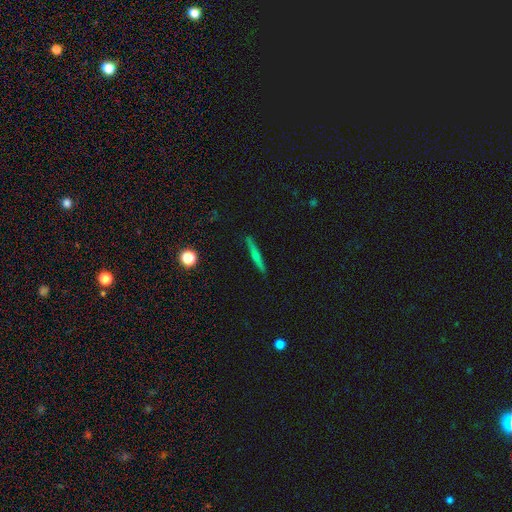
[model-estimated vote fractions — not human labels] A featured or disk galaxy (58%) viewed edge-on (97%) with a rounded central bulge (69%). Merging: none (90%).